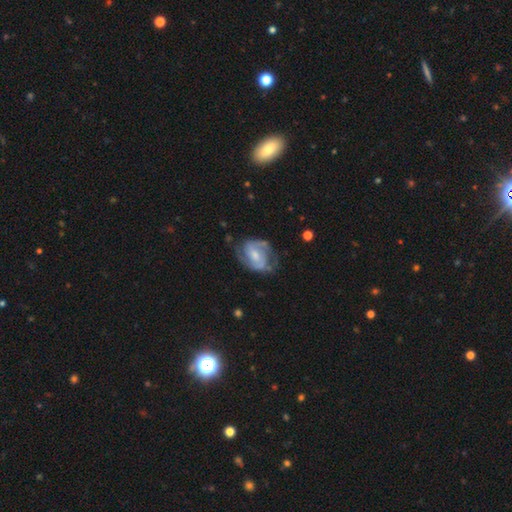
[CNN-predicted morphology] A featured or disk galaxy (82%) with a weak bar (45%), 2 (76%) medium (47%) spiral arms (93%) and a moderate central bulge (45%).

Vote fractions:
- Smooth or featured? featured or disk: 82% / smooth: 13% / star or artifact: 5%
- Edge-on disk? no: 97% / yes: 3%
- Bar? weak: 45% / no: 41% / strong: 14%
- Spiral arms? yes: 93% / no: 7%
- Spiral winding? medium: 47% / tight: 37% / loose: 16%
- Spiral arm count? 2: 76% / can't tell: 11% / 3: 6% / 1: 3% / 4: 2% / more than 4: 2%
- Bulge size? moderate: 45% / small: 41% / none: 7% / large: 6% / dominant: 1%
- Merging? none: 63% / minor disturbance: 23% / major disturbance: 13% / merger: 2%